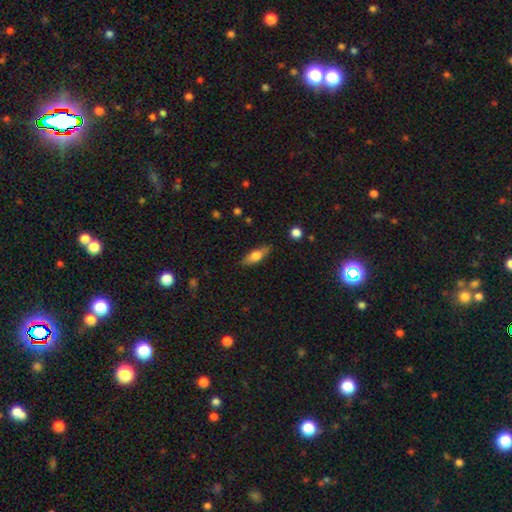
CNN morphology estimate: Smooth or featured? smooth (68%)
How rounded? in between (62%)
Merging? none (83%)